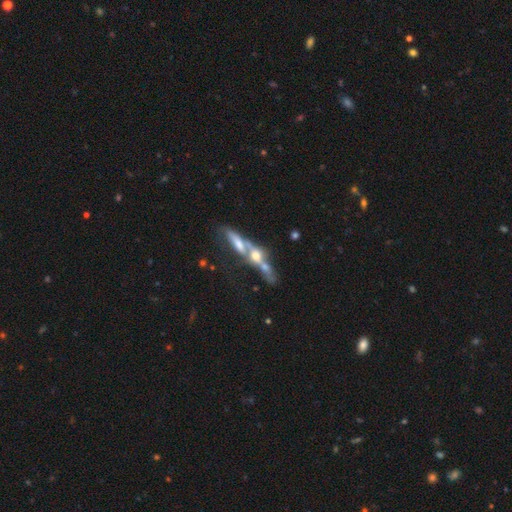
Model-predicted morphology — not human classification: type=featured or disk (56%); edge-on=no (52%); merging=merger (67%).